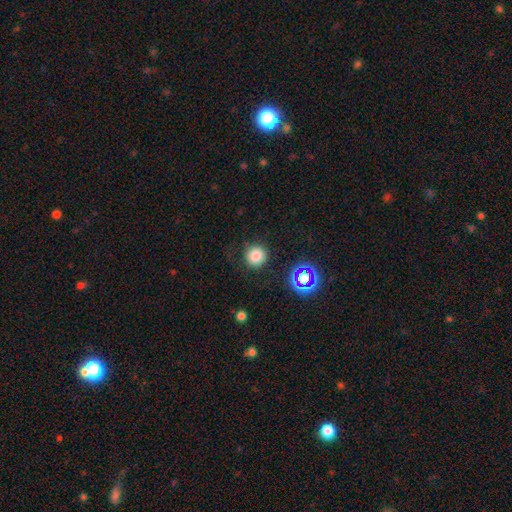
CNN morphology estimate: This appears to be a smooth galaxy with no disk features (78%) that is round (94%). Merging: none (83%).